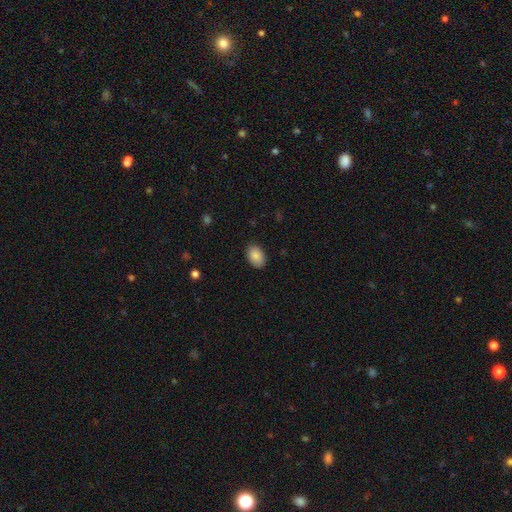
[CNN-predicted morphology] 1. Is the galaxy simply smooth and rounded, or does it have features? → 88% smooth, 7% star or artifact, 5% featured or disk.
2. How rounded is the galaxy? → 87% in between, 12% round, 1% cigar-shaped.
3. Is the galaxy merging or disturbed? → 87% none, 10% minor disturbance, 2% major disturbance, 1% merger.